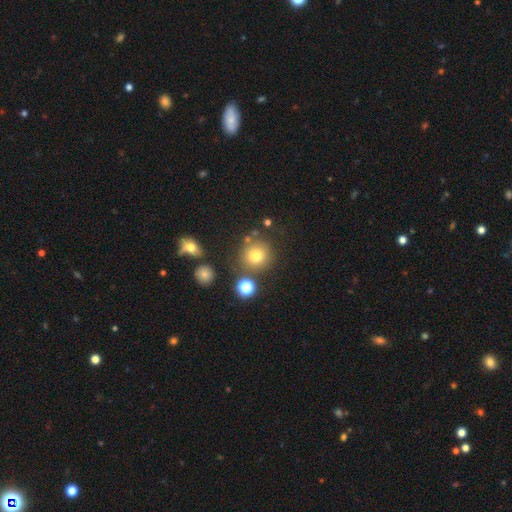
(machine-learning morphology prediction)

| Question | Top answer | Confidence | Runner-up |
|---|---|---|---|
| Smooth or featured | smooth | 74% | star or artifact (16%) |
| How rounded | round | 90% | in between (9%) |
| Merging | none | 78% | minor disturbance (10%) |